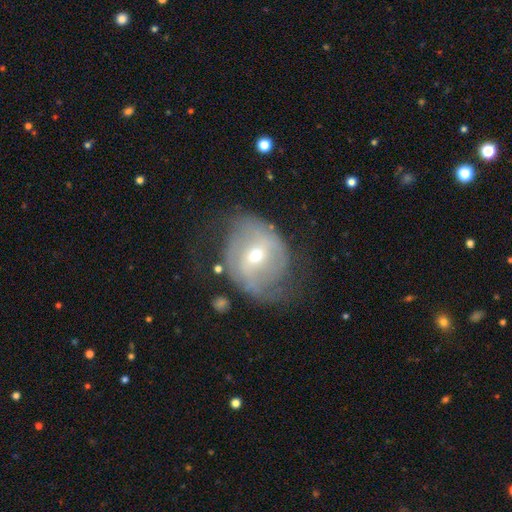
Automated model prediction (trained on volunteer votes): The model was most divided on "bar": weak: 40%, no: 32%, strong: 28%. Remaining: edge-on disk — no (95%); spiral arms — yes (70%); smooth or featured — featured or disk (69%); bulge size — small (53%); merging — none (46%).